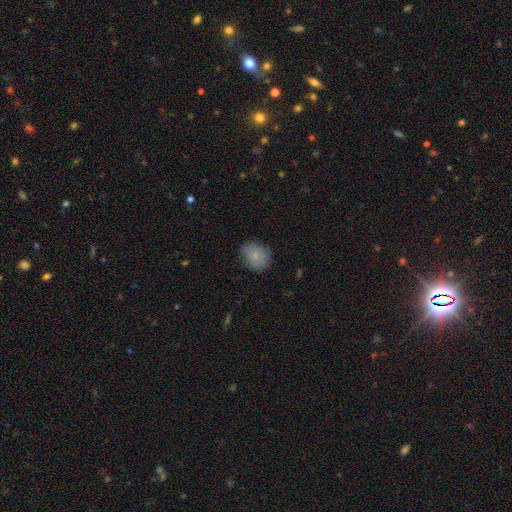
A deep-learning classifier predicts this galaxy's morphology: Q: Smooth or featured?
A: smooth (80%); runner-up: featured or disk (11%)
Q: How rounded?
A: round (61%); runner-up: in between (38%)
Q: Merging?
A: none (72%); runner-up: minor disturbance (22%)